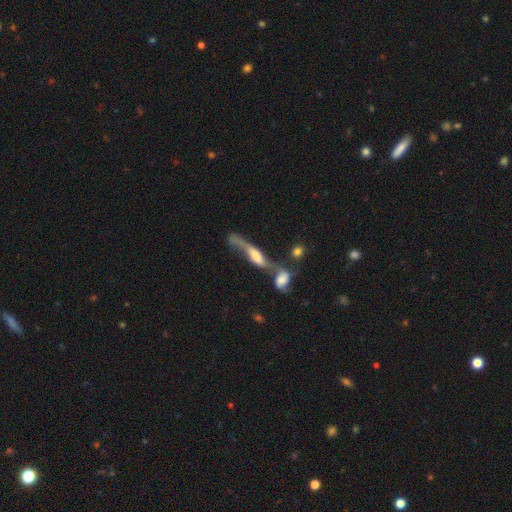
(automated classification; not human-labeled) featured or disk 64%, smooth 25%, star or artifact 11%. Down the decision tree: edge-on disk — yes (57%); merging — merger (53%).